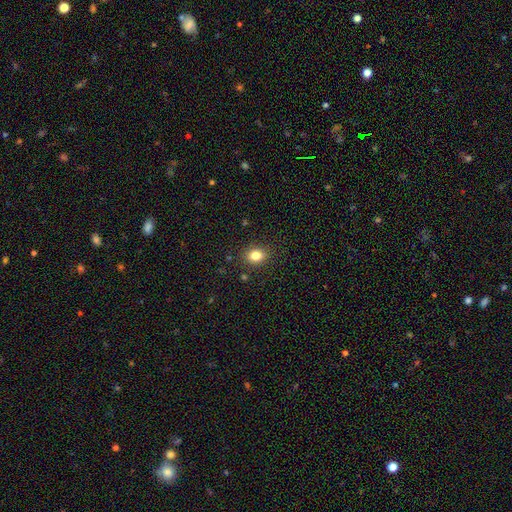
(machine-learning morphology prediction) Smooth or featured? Predicted: smooth (p=0.82). How rounded? Predicted: round (p=0.50). Merging? Predicted: none (p=0.87).